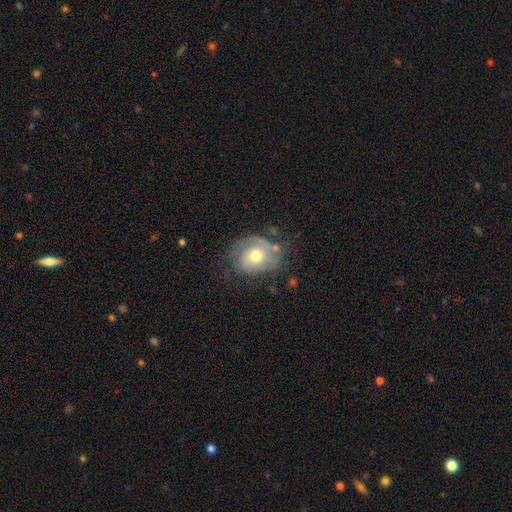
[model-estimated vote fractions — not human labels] A featured or disk galaxy (51%).

Vote fractions:
- Smooth or featured? featured or disk: 51% / smooth: 41% / star or artifact: 8%
- Edge-on disk? no: 96% / yes: 4%
- Merging? none: 51% / minor disturbance: 26% / major disturbance: 19% / merger: 4%